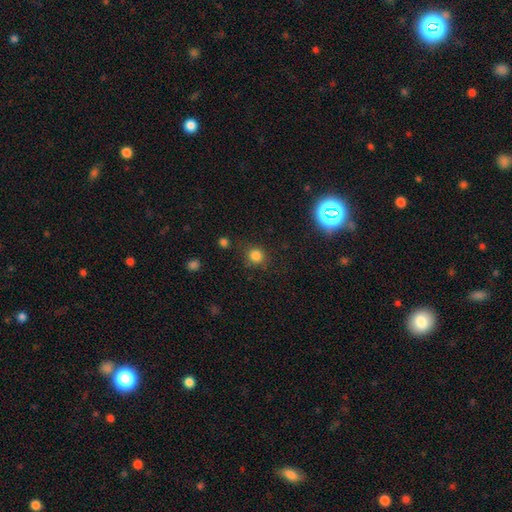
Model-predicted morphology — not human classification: type=smooth (80%); roundness=round (87%); merging=none (80%).